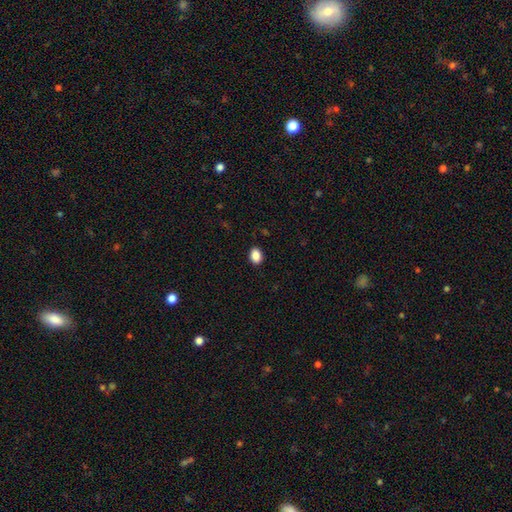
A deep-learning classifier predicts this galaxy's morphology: smooth_or_featured: smooth (p=0.88) [alt: star or artifact p=0.09]
how_rounded: in between (p=0.71) [alt: round p=0.28]
merging: none (p=0.89) [alt: minor disturbance p=0.08]